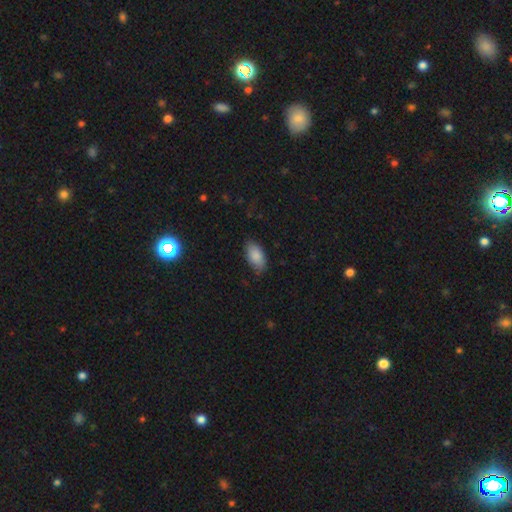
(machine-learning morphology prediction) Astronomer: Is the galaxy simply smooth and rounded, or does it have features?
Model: smooth — 87%.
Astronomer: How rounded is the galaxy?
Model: in between — 94%.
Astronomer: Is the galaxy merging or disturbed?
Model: none — 77%.